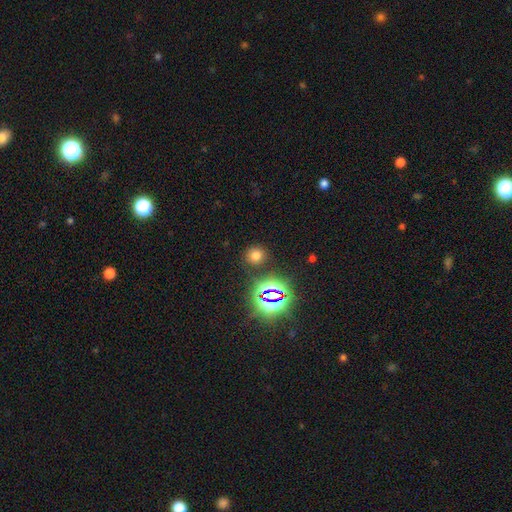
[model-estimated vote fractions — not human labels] smooth 66%, star or artifact 27%, featured or disk 8%. Down the decision tree: how rounded — round (86%); merging — none (87%).